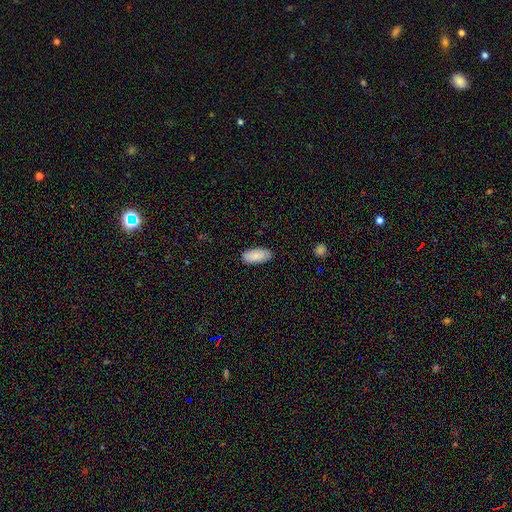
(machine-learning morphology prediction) This appears to be a smooth galaxy with no disk features (84%) that is in between round and cigar-shaped (90%). Merging: none (87%).